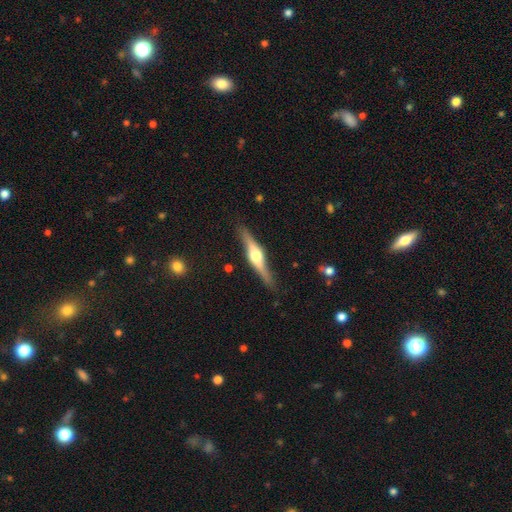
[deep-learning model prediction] Smooth or featured?
  - featured or disk: 76% *
  - smooth: 19%
  - star or artifact: 5%
Edge-on disk?
  - yes: 96% *
  - no: 4%
Edge-on bulge?
  - rounded: 92% *
  - boxy: 6%
  - none: 2%
Merging?
  - none: 85% *
  - minor disturbance: 11%
  - major disturbance: 2%
  - merger: 1%